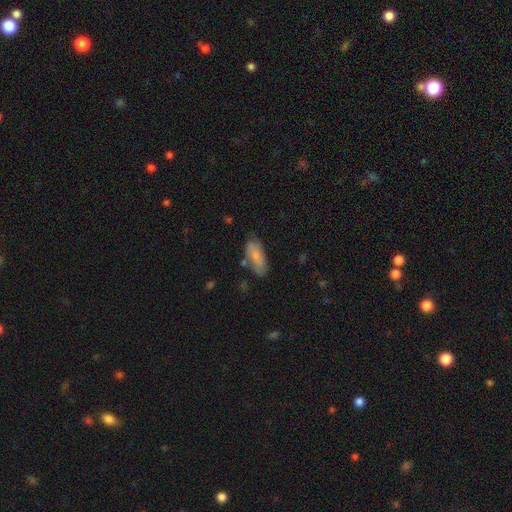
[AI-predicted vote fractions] The model was most divided on "merging": none: 65%, minor disturbance: 24%, merger: 6%, major disturbance: 6%. More confident: how rounded — in between (79%); smooth or featured — smooth (73%).